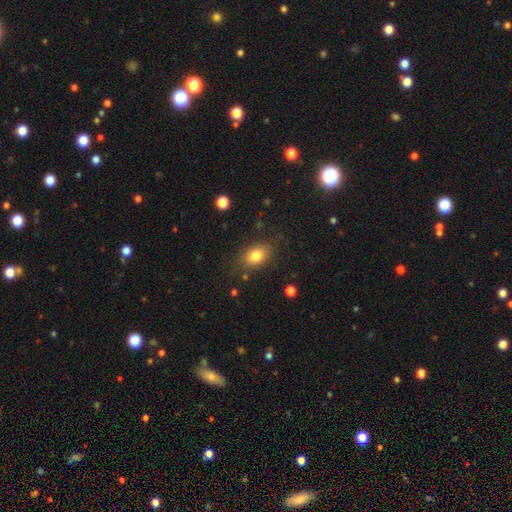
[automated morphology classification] smooth 81%, star or artifact 10%, featured or disk 10%. Down the decision tree: how rounded — in between (76%); merging — none (80%).